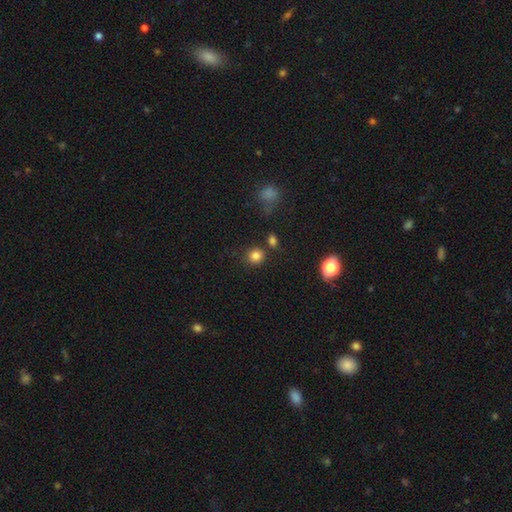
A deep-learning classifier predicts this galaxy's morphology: smooth 82%, star or artifact 13%, featured or disk 5%. Down the decision tree: how rounded — round (88%); merging — none (78%).